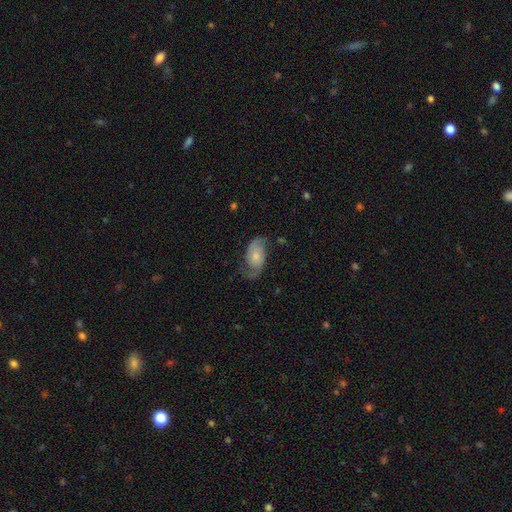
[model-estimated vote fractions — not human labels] This appears to be a featured or disk galaxy (71%) with no bar (70%), 2 (86%) medium (41%) spiral arms (92%) and a moderate central bulge (39%). Merging: none (61%).